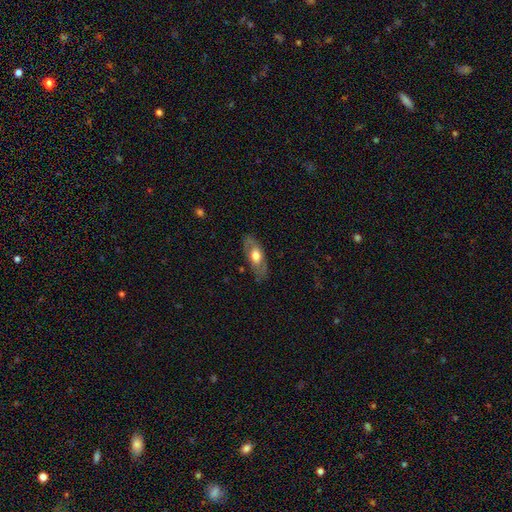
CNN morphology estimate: featured or disk 50%, smooth 44%, star or artifact 6%. Down the decision tree: edge-on disk — no (74%); merging — none (78%).